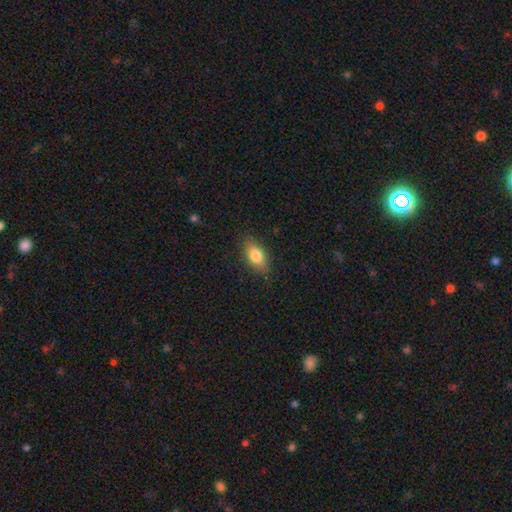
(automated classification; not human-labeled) Smooth or featured? Predicted: smooth (p=0.79). How rounded? Predicted: in between (p=0.85). Merging? Predicted: none (p=0.83).